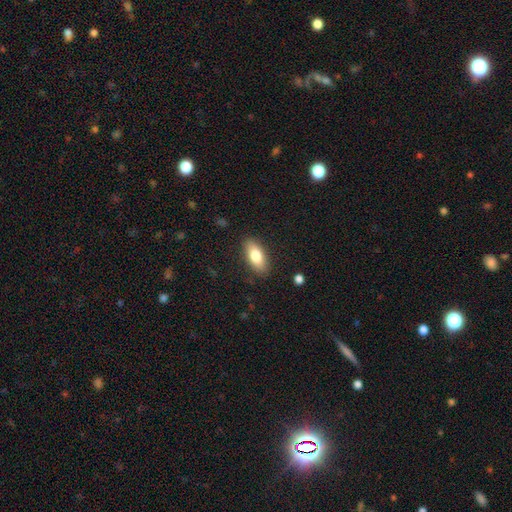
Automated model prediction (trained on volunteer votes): Smooth or featured?
  - smooth: 78% *
  - featured or disk: 16%
  - star or artifact: 7%
How rounded?
  - in between: 86% *
  - cigar-shaped: 11%
  - round: 3%
Merging?
  - none: 87% *
  - minor disturbance: 9%
  - major disturbance: 2%
  - merger: 1%